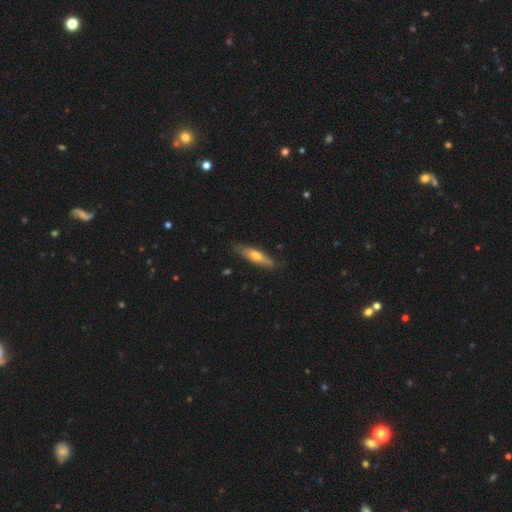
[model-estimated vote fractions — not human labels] smooth-or-featured: smooth: 54% | featured or disk: 41% | star or artifact: 5%
  how-rounded: cigar-shaped: 72% | in between: 26% | round: 2%
  merging: none: 81% | minor disturbance: 15% | major disturbance: 2% | merger: 1%